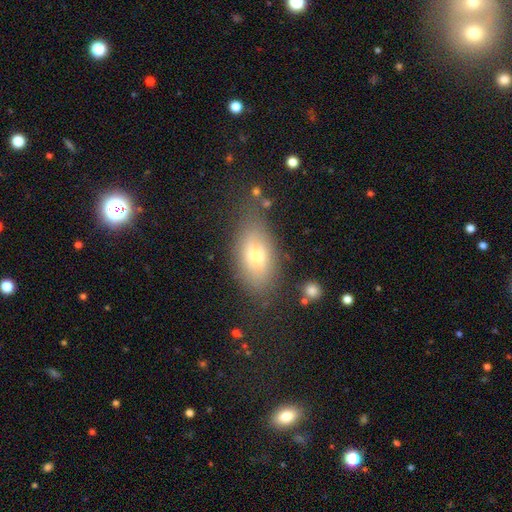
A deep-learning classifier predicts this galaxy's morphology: Smooth or featured? Predicted: smooth (p=0.67). How rounded? Predicted: in between (p=0.86). Merging? Predicted: none (p=0.71).